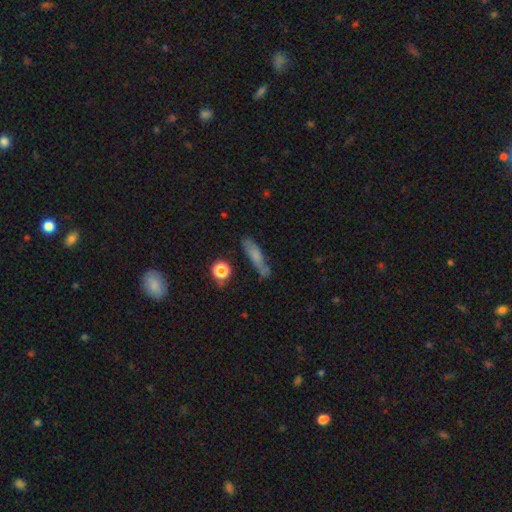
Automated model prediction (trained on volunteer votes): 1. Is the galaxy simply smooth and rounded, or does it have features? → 60% smooth, 29% featured or disk, 11% star or artifact.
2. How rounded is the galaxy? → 77% cigar-shaped, 18% in between, 5% round.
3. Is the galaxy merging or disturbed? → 67% none, 20% minor disturbance, 7% major disturbance, 6% merger.